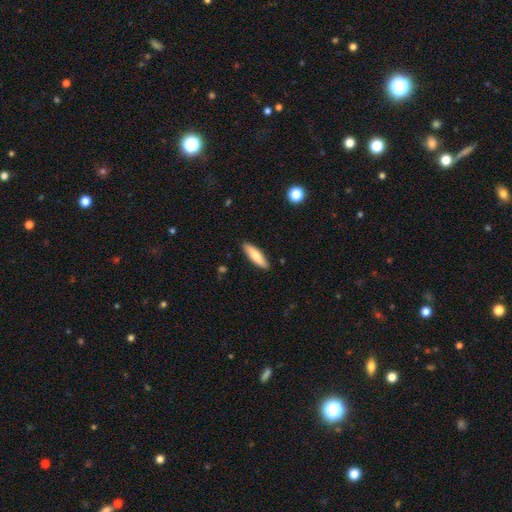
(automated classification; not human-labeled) The model was most divided on "how rounded": cigar-shaped: 63%, in between: 36%, round: 2%. More confident: merging — none (89%); smooth or featured — smooth (76%).